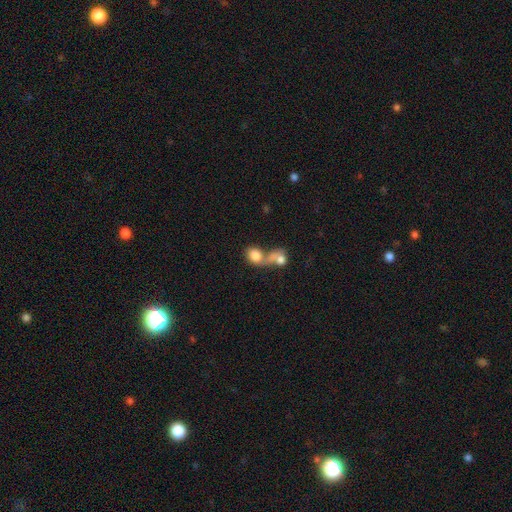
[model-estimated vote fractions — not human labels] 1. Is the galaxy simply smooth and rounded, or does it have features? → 80% smooth, 12% featured or disk, 8% star or artifact.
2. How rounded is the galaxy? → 50% round, 48% in between, 2% cigar-shaped.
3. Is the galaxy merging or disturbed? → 64% merger, 21% none, 7% major disturbance, 7% minor disturbance.